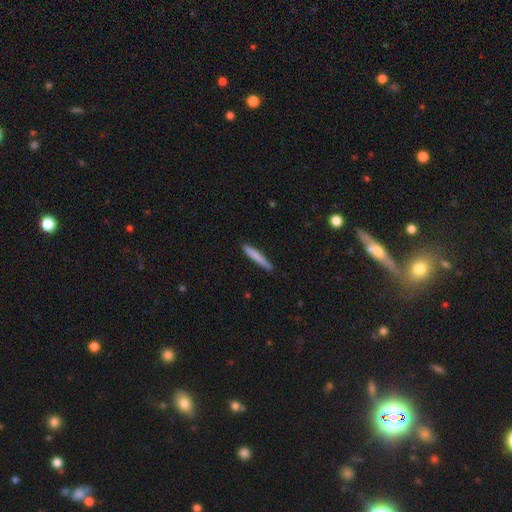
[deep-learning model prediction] The model was most divided on "smooth or featured": smooth: 78%, featured or disk: 17%, star or artifact: 6%. More confident: how rounded — cigar-shaped (96%); merging — none (87%).